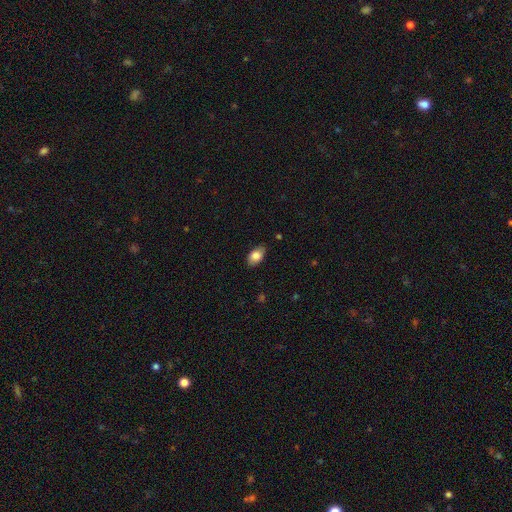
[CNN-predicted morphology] A smooth galaxy with no disk features (84%) that is in between round and cigar-shaped (91%). Merging: none (81%).